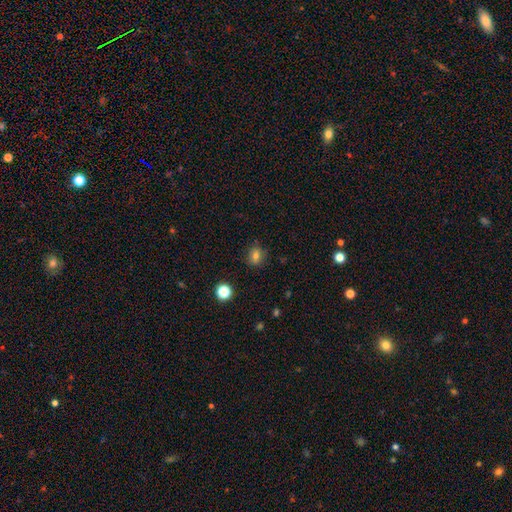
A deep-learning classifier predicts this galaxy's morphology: Q: Smooth or featured?
A: smooth (76%); runner-up: star or artifact (14%)
Q: How rounded?
A: round (65%); runner-up: in between (34%)
Q: Merging?
A: none (83%); runner-up: minor disturbance (12%)